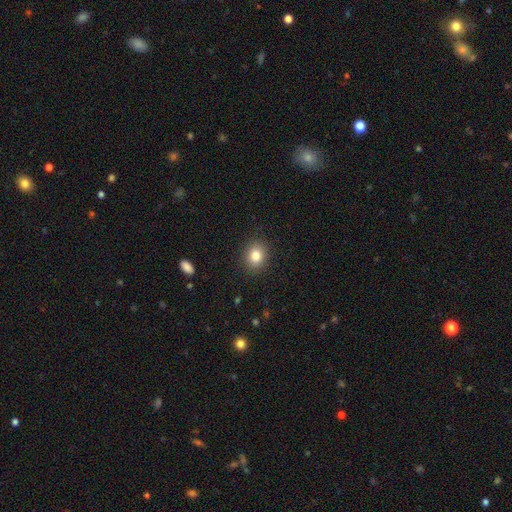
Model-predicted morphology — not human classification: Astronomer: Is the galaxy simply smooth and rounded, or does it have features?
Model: smooth — 83%.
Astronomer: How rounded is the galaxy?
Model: round — 66%.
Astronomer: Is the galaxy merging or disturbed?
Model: none — 89%.